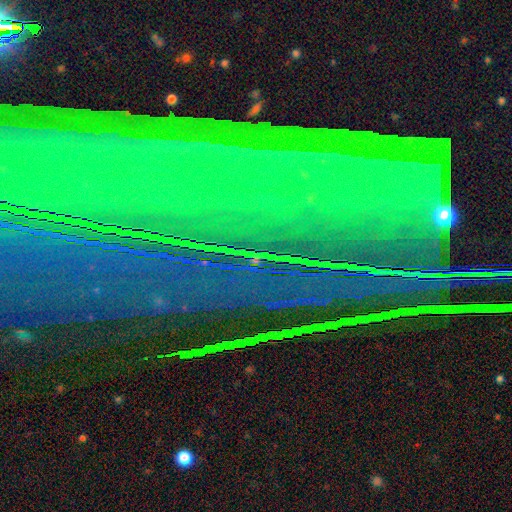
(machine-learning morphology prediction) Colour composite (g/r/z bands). It shows a star or artifact, not a galaxy (86%).